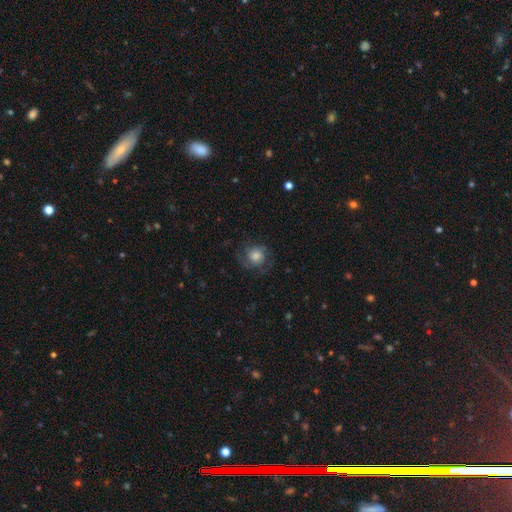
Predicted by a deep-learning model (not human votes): smooth 52%, featured or disk 38%, star or artifact 11%. Down the decision tree: how rounded — round (86%); merging — none (69%).